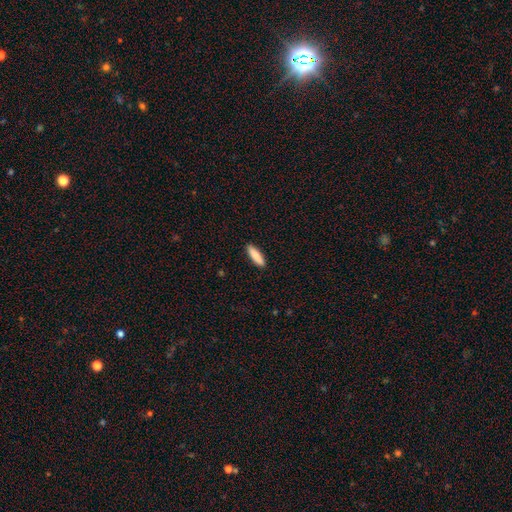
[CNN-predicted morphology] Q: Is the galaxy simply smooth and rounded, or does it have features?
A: smooth — 87%.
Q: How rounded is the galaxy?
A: cigar-shaped — 67%.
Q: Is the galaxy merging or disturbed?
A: none — 90%.